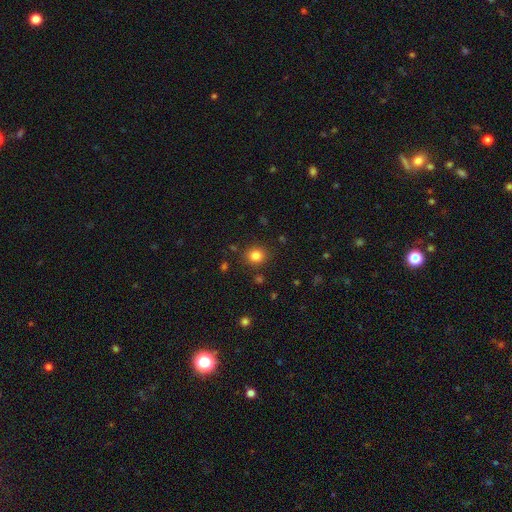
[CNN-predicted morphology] Overall: smooth (82%). How rounded: round (81%). Merging: none (87%).